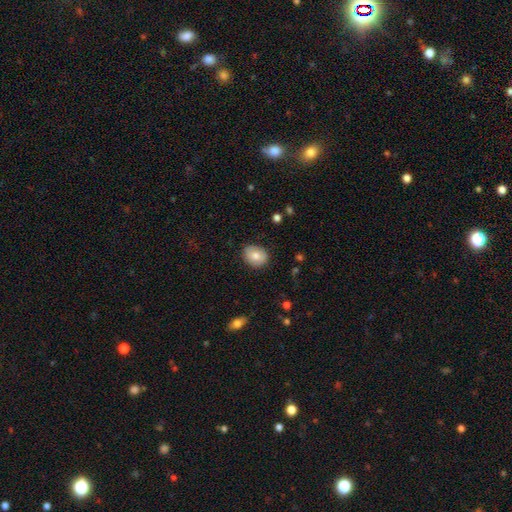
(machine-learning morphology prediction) Q: Smooth or featured?
A: smooth (75%); runner-up: featured or disk (17%)
Q: How rounded?
A: round (54%); runner-up: in between (45%)
Q: Merging?
A: none (85%); runner-up: minor disturbance (11%)